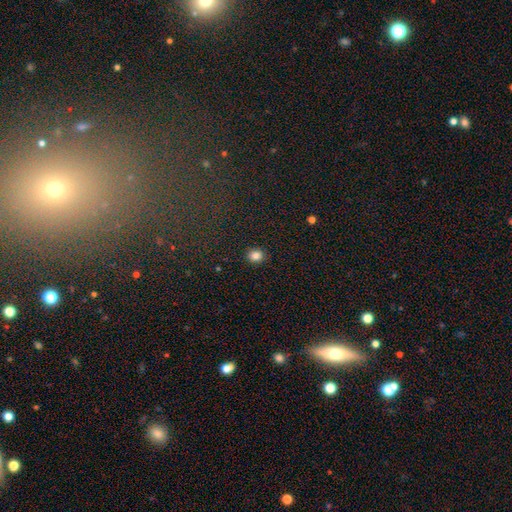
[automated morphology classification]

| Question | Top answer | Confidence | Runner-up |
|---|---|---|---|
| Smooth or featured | smooth | 84% | star or artifact (11%) |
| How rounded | round | 68% | in between (31%) |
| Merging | none | 90% | minor disturbance (7%) |